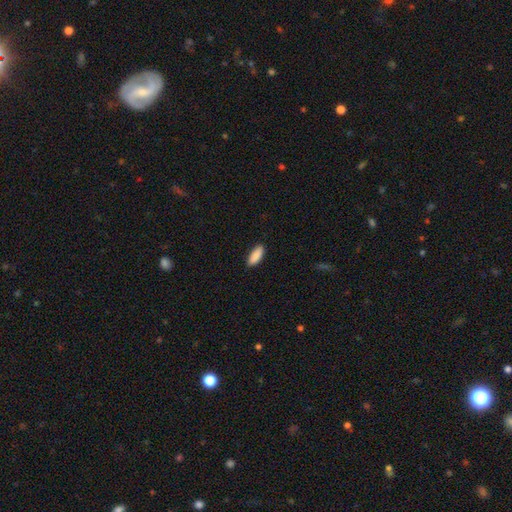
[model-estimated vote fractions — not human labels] smooth 90%, star or artifact 6%, featured or disk 4%. Down the decision tree: how rounded — in between (74%); merging — none (88%).